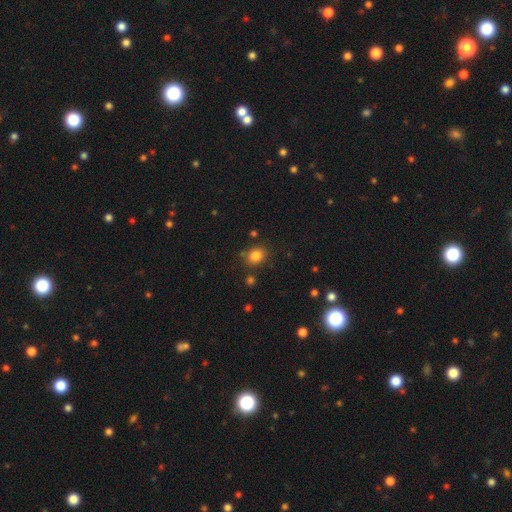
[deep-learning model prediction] Smooth or featured? Predicted: smooth (p=0.82). How rounded? Predicted: round (p=0.65). Merging? Predicted: none (p=0.81).